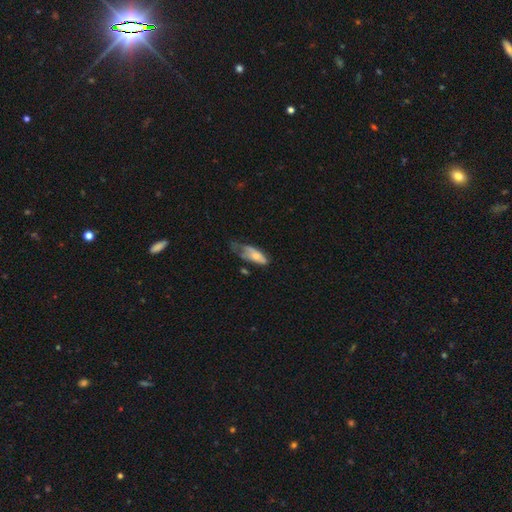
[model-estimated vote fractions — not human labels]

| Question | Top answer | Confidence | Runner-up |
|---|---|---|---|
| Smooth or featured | smooth | 60% | featured or disk (33%) |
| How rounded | in between | 77% | cigar-shaped (21%) |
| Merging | major disturbance | 40% | minor disturbance (34%) |